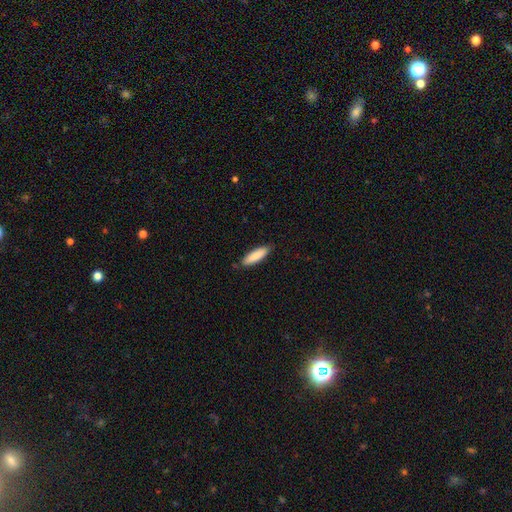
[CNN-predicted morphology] Q: Smooth or featured?
A: smooth (87%); runner-up: featured or disk (8%)
Q: How rounded?
A: cigar-shaped (59%); runner-up: in between (40%)
Q: Merging?
A: none (86%); runner-up: minor disturbance (11%)